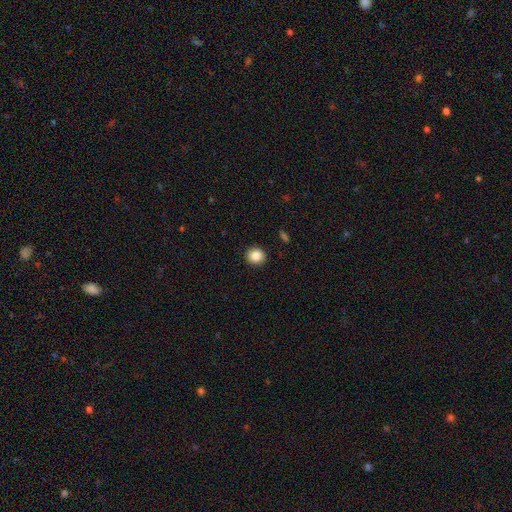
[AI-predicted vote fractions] smooth 86%, star or artifact 9%, featured or disk 5%. Down the decision tree: how rounded — round (89%); merging — none (92%).